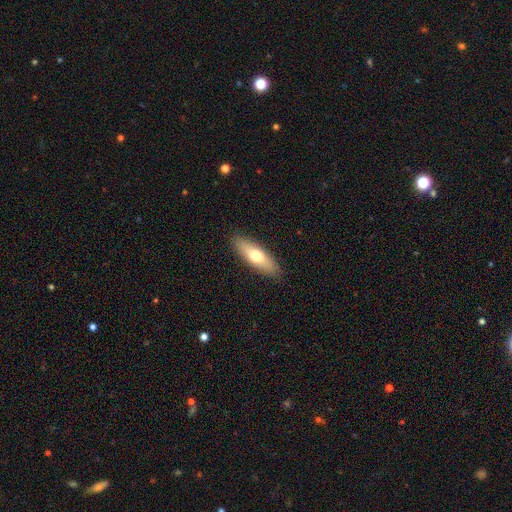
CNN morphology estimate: The model was most divided on "how rounded": in between: 50%, cigar-shaped: 47%, round: 2%. More confident: merging — none (89%); smooth or featured — smooth (63%).